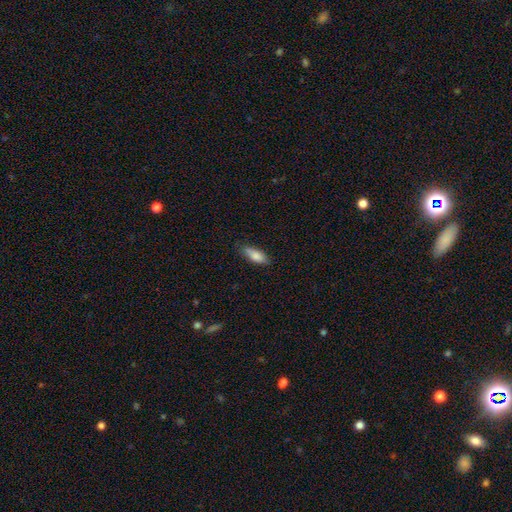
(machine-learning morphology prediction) A smooth galaxy with no disk features (82%) that is in between round and cigar-shaped (73%). Merging: none (75%).